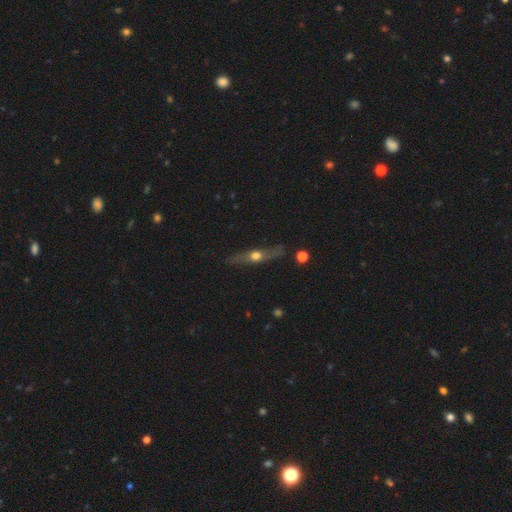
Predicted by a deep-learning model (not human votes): This appears to be a featured or disk galaxy (62%) viewed edge-on (88%) with a rounded central bulge (93%). Merging: none (83%).